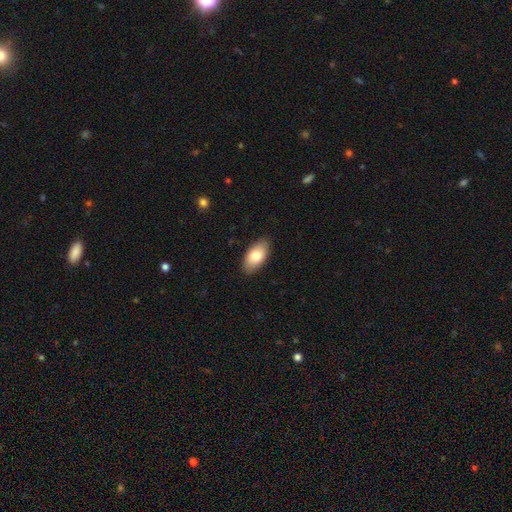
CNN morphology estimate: Smooth or featured: smooth — 80% (featured or disk — 14%)
How rounded: in between — 94% (cigar-shaped — 3%)
Merging: none — 88% (minor disturbance — 9%)